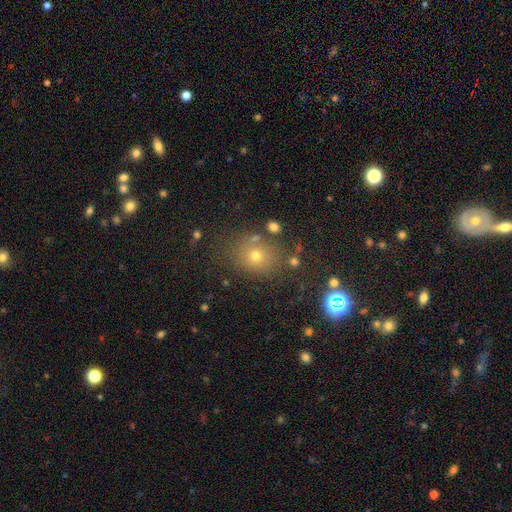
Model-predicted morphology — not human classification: The model was most divided on "smooth or featured": smooth: 59%, star or artifact: 29%, featured or disk: 12%. More confident: merging — none (80%); how rounded — round (68%).